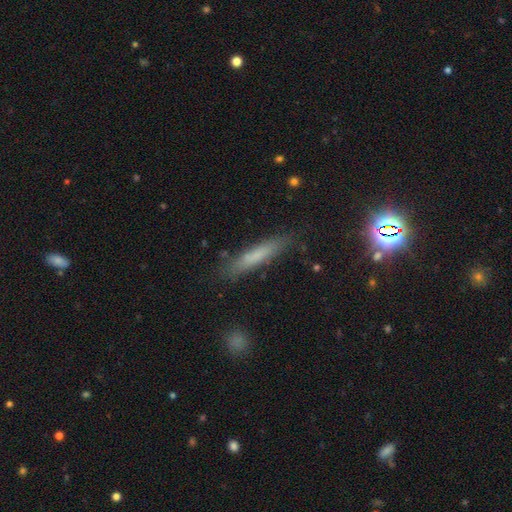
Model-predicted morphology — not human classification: smooth 67%, featured or disk 23%, star or artifact 10%. Down the decision tree: how rounded — cigar-shaped (89%); merging — none (83%).